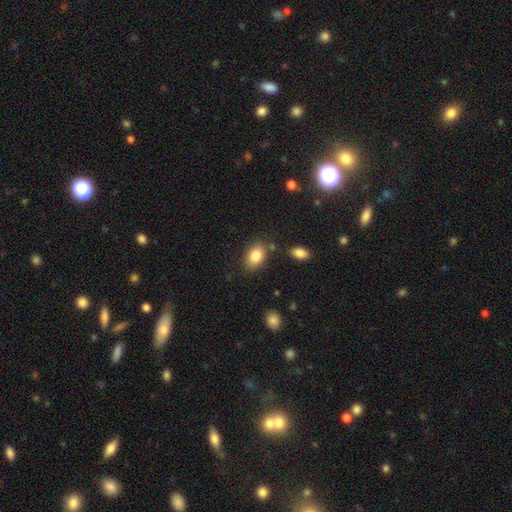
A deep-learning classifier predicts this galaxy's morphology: Smooth or featured: smooth — 84% (featured or disk — 8%)
How rounded: in between — 86% (round — 13%)
Merging: none — 77% (minor disturbance — 14%)